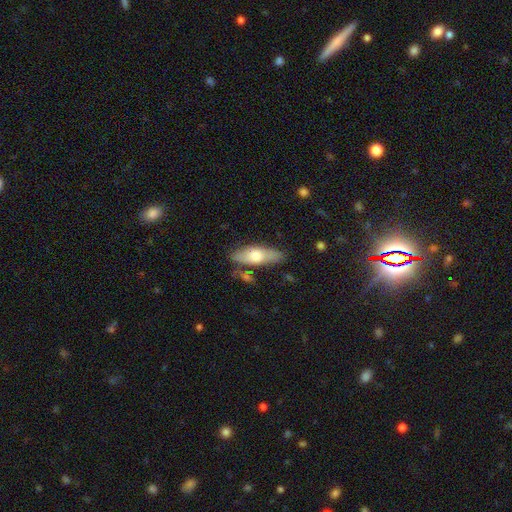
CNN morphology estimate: This appears to be a smooth galaxy with no disk features (59%) that is in between round and cigar-shaped (58%). Merging: none (77%).